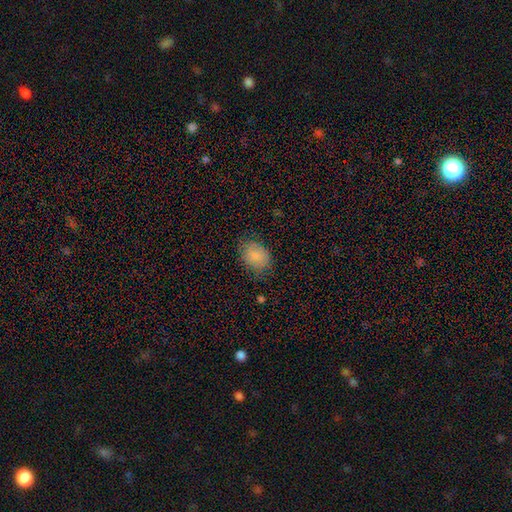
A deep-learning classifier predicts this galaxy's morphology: Smooth or featured: smooth — 85% (star or artifact — 8%)
How rounded: in between — 66% (round — 33%)
Merging: none — 76% (minor disturbance — 19%)